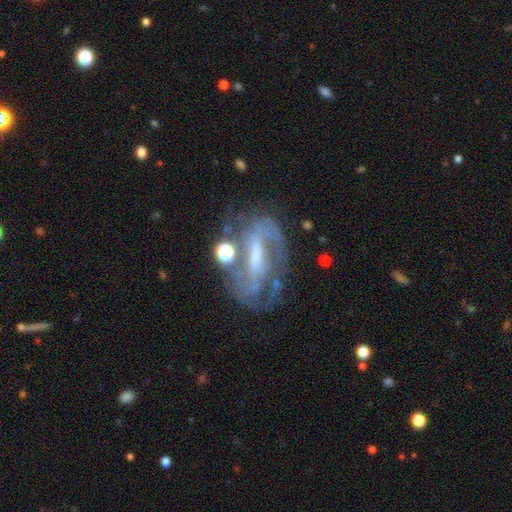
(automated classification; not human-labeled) A featured or disk galaxy (82%) with a strong bar (52%), 2 (66%) medium (44%) spiral arms (86%) and a moderate central bulge (38%). Merging: none (60%).